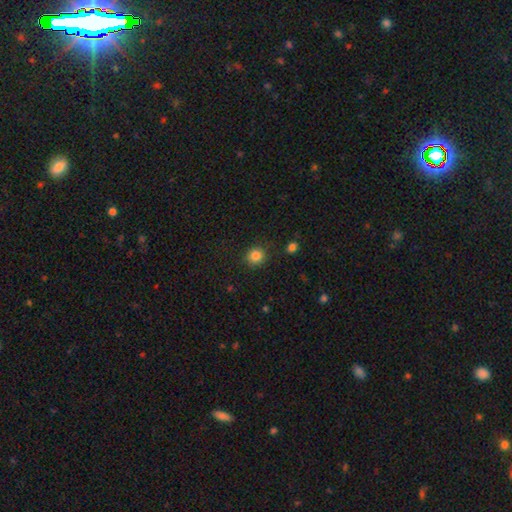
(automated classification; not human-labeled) Smooth or featured: smooth — 84% (star or artifact — 11%)
How rounded: round — 88% (in between — 11%)
Merging: none — 86% (minor disturbance — 9%)